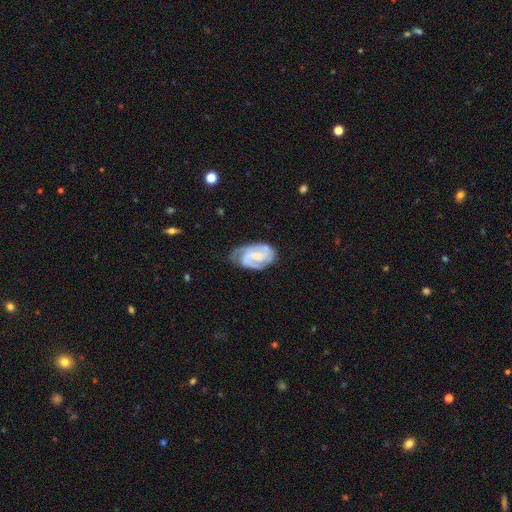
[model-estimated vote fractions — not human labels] The model was most divided on "bar": weak: 45%, no: 41%, strong: 14%. Remaining: edge-on disk — no (98%); spiral arms — yes (96%); smooth or featured — featured or disk (82%); merging — none (56%); bulge size — small (54%); spiral arm count — 2 (48%); spiral winding — tight (48%).